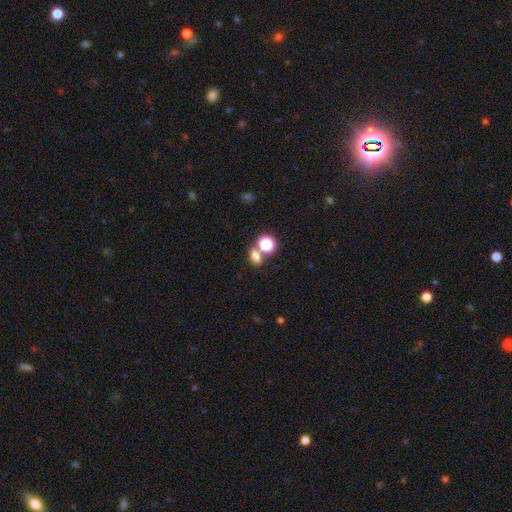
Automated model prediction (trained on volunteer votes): Morphology: type=smooth (73%); roundness=in between (62%); merging=none (57%).